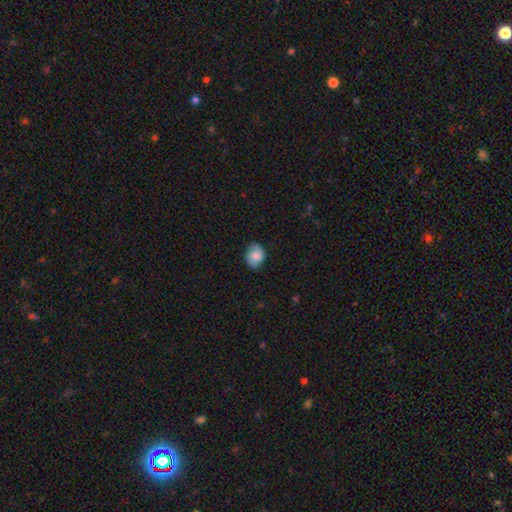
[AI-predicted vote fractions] Smooth or featured? smooth (75%)
How rounded? in between (58%)
Merging? none (75%)